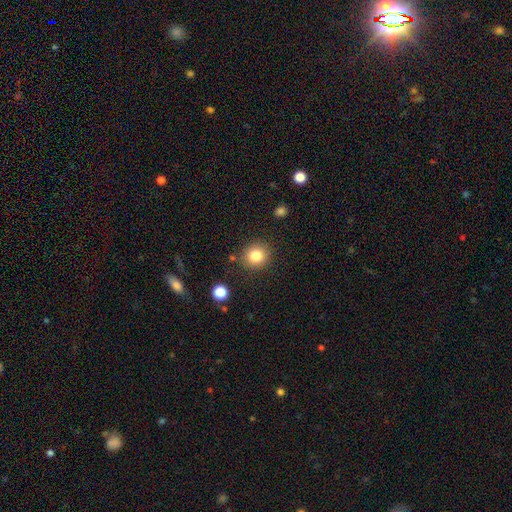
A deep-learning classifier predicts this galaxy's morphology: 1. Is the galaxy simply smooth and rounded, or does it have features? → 83% smooth, 11% star or artifact, 7% featured or disk.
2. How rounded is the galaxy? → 87% round, 13% in between, 1% cigar-shaped.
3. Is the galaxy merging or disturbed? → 85% none, 9% minor disturbance, 3% merger, 3% major disturbance.